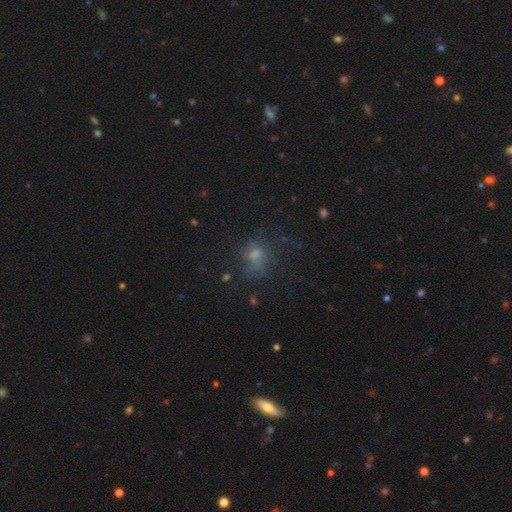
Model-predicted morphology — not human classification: smooth_or_featured: smooth (p=0.61) [alt: star or artifact p=0.22]
how_rounded: round (p=0.58) [alt: in between p=0.41]
merging: none (p=0.56) [alt: minor disturbance p=0.21]